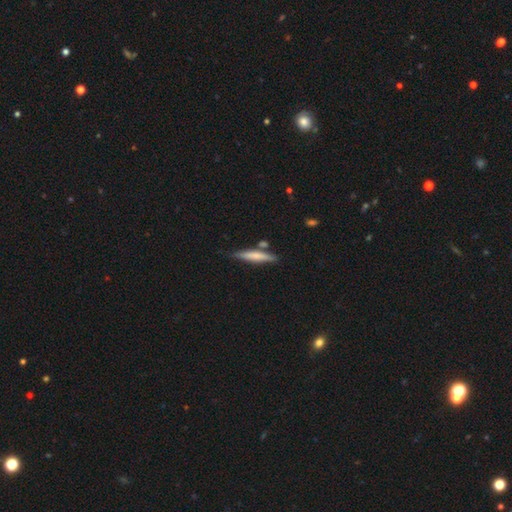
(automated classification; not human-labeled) Smooth or featured? Predicted: smooth (p=0.64). How rounded? Predicted: cigar-shaped (p=0.90). Merging? Predicted: none (p=0.74).